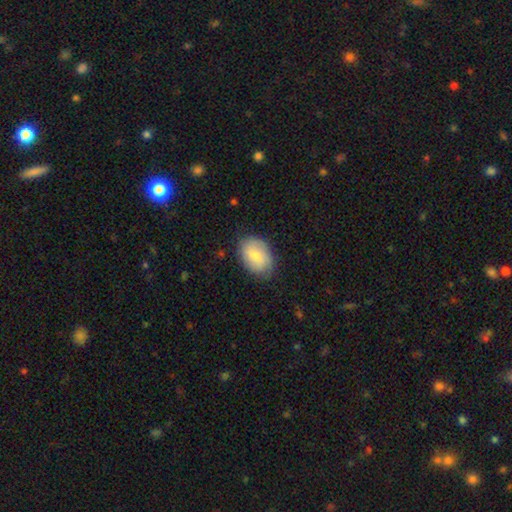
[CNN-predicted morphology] Q: Smooth or featured?
A: smooth (75%); runner-up: featured or disk (18%)
Q: How rounded?
A: in between (79%); runner-up: round (20%)
Q: Merging?
A: none (75%); runner-up: minor disturbance (19%)